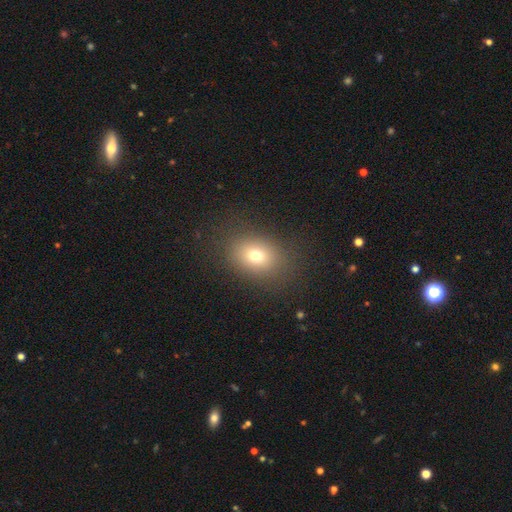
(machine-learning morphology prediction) This is likely a smooth galaxy (73%). How rounded: possibly in between (59%). Merging: clearly none (84%).